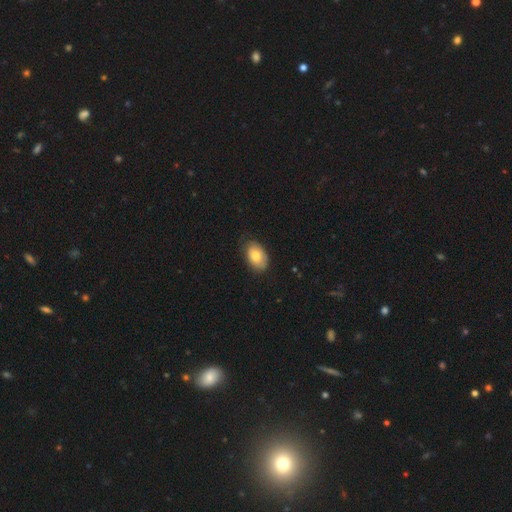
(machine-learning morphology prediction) smooth 73%, featured or disk 20%, star or artifact 7%. Down the decision tree: how rounded — in between (89%); merging — none (73%).